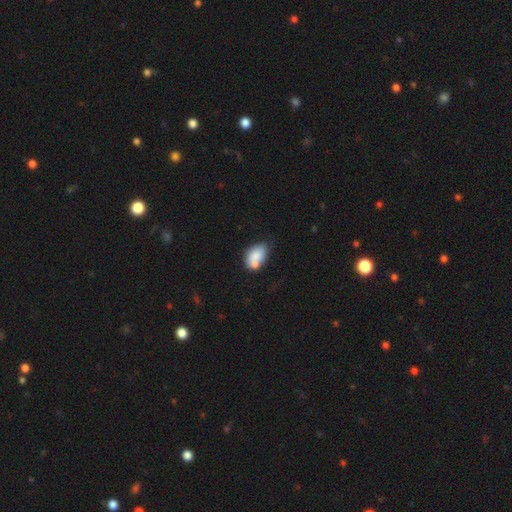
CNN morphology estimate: Q: Smooth or featured?
A: smooth (76%); runner-up: featured or disk (17%)
Q: How rounded?
A: in between (85%); runner-up: round (13%)
Q: Merging?
A: merger (38%); runner-up: none (36%)